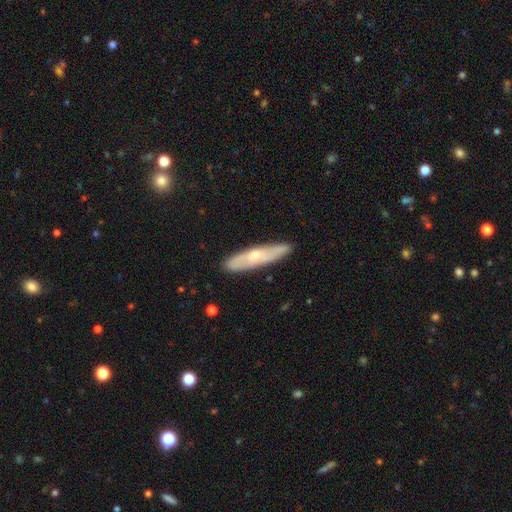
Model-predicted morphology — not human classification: Smooth or featured? Predicted: featured or disk (p=0.49). Merging? Predicted: none (p=0.86).